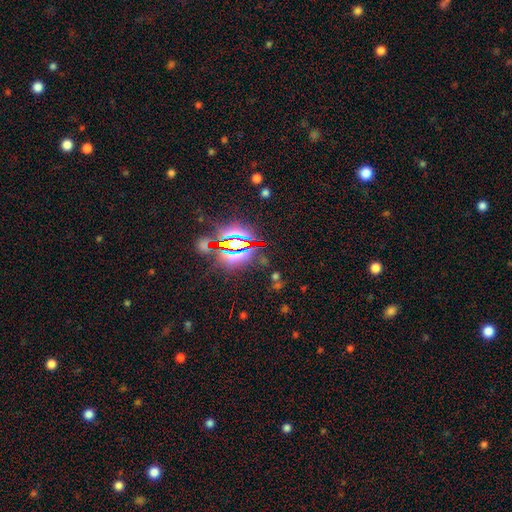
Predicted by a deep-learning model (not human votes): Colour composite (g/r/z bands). It shows a star or artifact, not a galaxy (84%).